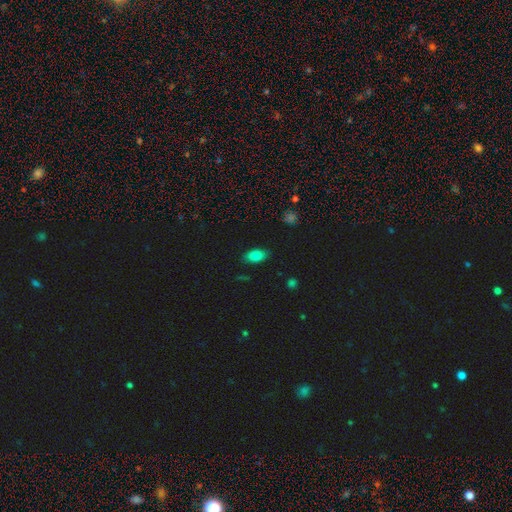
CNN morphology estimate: This is clearly a smooth galaxy (82%). How rounded: clearly in between (91%). Merging: clearly none (84%).